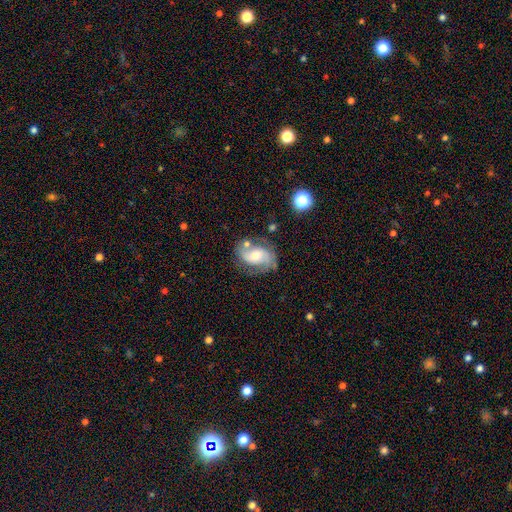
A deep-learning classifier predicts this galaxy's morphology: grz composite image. It shows a featured or disk galaxy (76%) with no bar (53%), 2 (85%) medium (49%) spiral arms (92%) and a moderate central bulge (57%). Merging: none (61%).